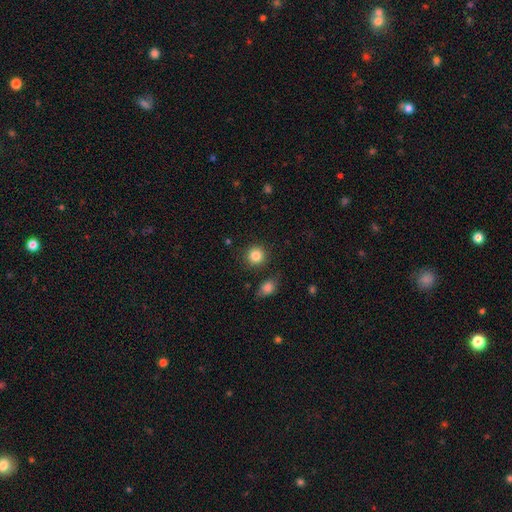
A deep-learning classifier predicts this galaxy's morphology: type=smooth (85%); roundness=round (92%); merging=none (86%).